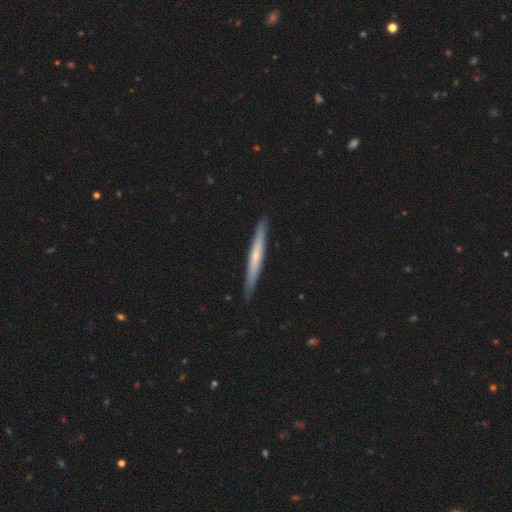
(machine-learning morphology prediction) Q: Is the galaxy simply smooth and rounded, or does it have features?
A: featured or disk — 48%.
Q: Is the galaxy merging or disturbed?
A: none — 89%.